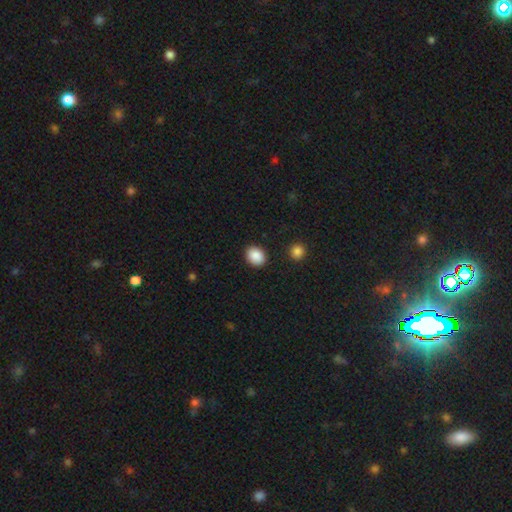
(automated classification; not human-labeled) This is clearly a smooth galaxy (89%). How rounded: possibly round (52%). Merging: clearly none (89%).